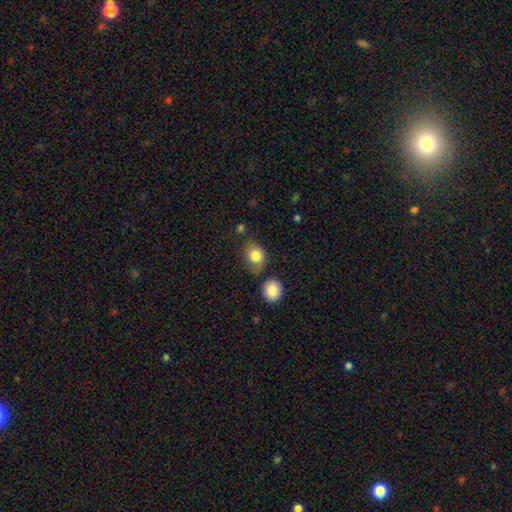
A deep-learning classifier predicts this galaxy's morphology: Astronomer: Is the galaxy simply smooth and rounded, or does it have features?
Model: smooth — 83%.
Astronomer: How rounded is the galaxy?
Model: round — 51% (runner-up: in between, 48%).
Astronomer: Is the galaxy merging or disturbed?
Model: none — 62%.